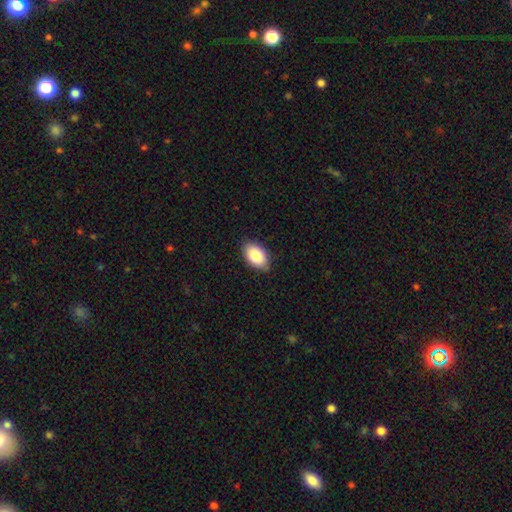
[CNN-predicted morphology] Smooth or featured?
  - smooth: 84% *
  - featured or disk: 9%
  - star or artifact: 7%
How rounded?
  - in between: 93% *
  - round: 6%
  - cigar-shaped: 2%
Merging?
  - none: 84% *
  - minor disturbance: 13%
  - major disturbance: 2%
  - merger: 1%